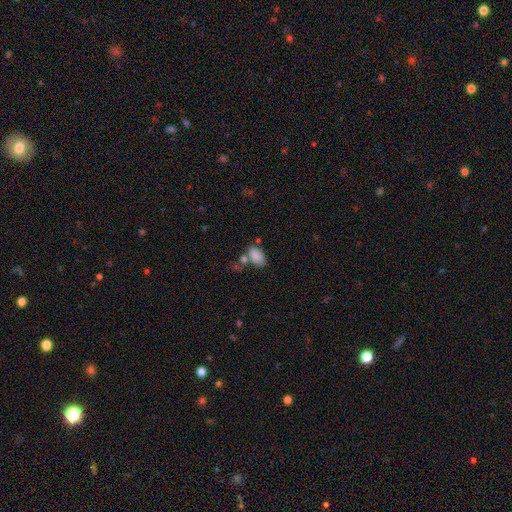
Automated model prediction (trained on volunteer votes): smooth 85%, star or artifact 9%, featured or disk 6%. Down the decision tree: how rounded — in between (93%); merging — none (57%).